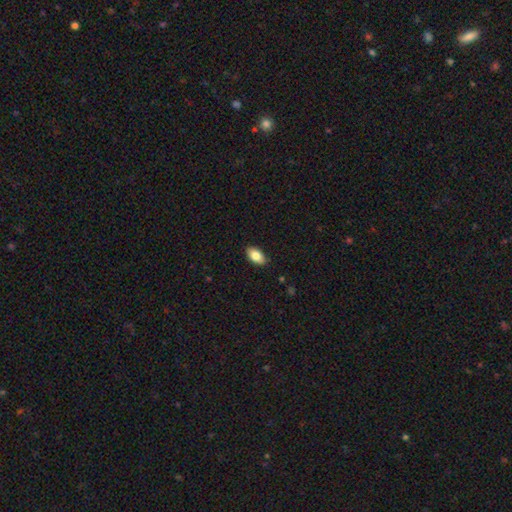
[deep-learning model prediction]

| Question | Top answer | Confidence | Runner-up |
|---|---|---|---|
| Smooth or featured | smooth | 82% | featured or disk (11%) |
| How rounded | in between | 93% | round (5%) |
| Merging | none | 89% | minor disturbance (8%) |